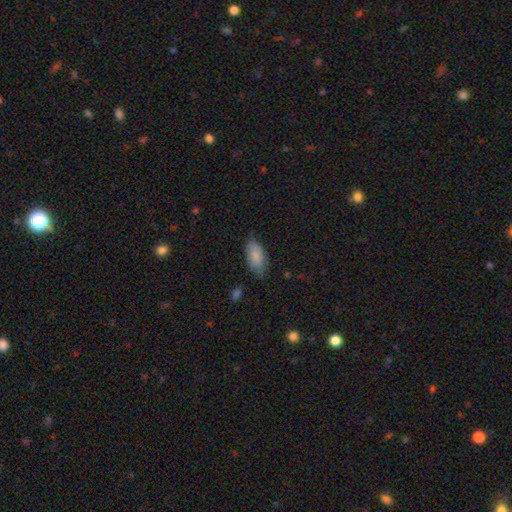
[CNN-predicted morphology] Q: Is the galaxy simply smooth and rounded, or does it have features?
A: smooth — 84%.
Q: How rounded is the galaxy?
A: in between — 92%.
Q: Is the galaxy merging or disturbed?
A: none — 69%.